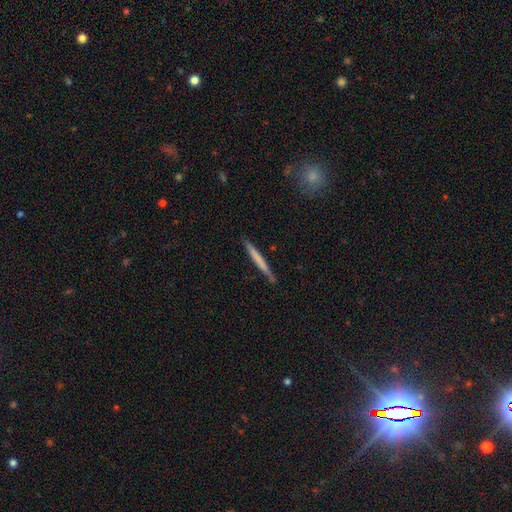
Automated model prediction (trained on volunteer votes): Morphology: type=featured or disk (46%); merging=none (90%).